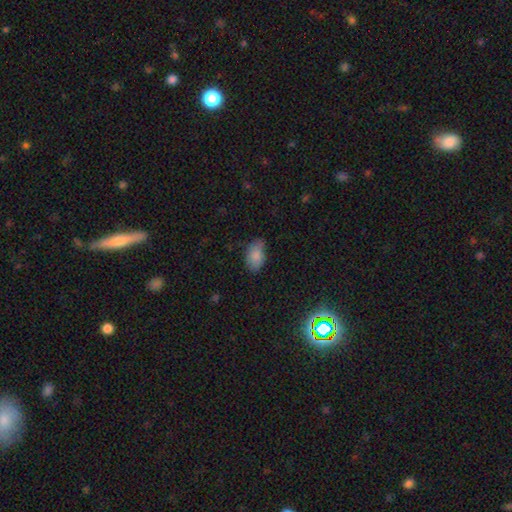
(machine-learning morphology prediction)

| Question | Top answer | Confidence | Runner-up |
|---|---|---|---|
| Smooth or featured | smooth | 84% | star or artifact (8%) |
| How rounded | in between | 92% | round (6%) |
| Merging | none | 66% | minor disturbance (27%) |